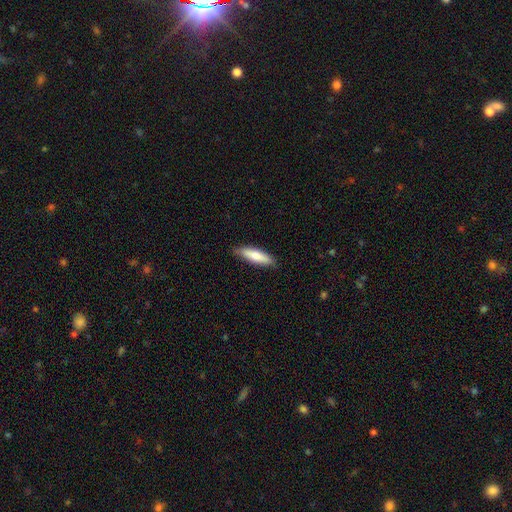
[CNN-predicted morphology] Smooth or featured? smooth (75%)
How rounded? cigar-shaped (64%)
Merging? none (84%)